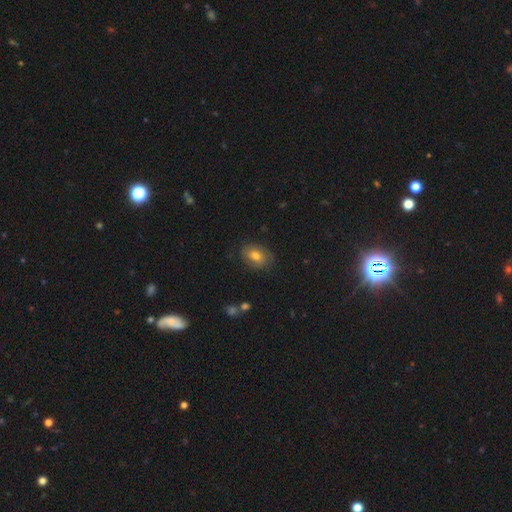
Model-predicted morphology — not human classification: Overall: smooth (62%; featured or disk 29%). How rounded: in between (75%). Merging: none (74%).